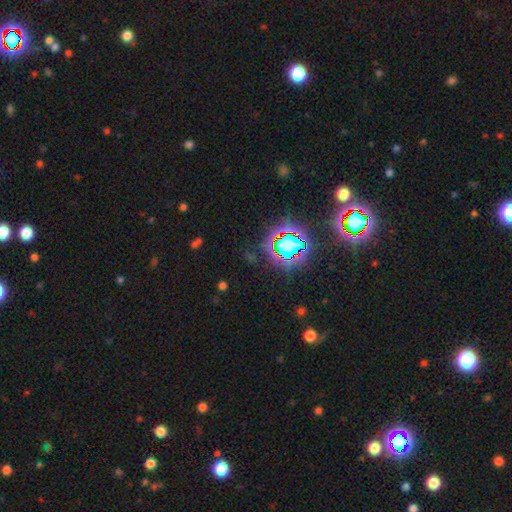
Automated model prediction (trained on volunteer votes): Smooth or featured?
  - star or artifact: 78% *
  - smooth: 13%
  - featured or disk: 9%